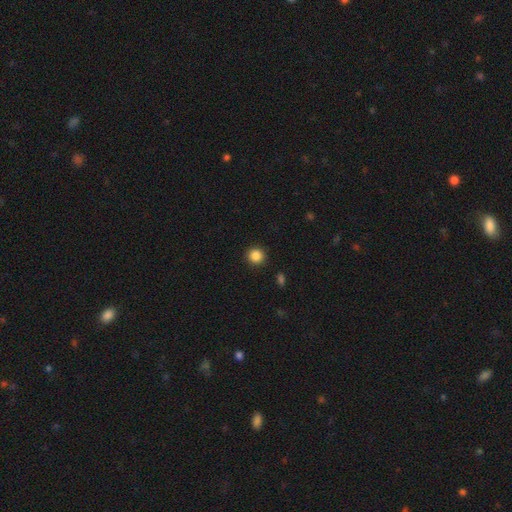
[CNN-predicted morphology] smooth 87%, star or artifact 10%, featured or disk 3%. Down the decision tree: how rounded — round (94%); merging — none (92%).